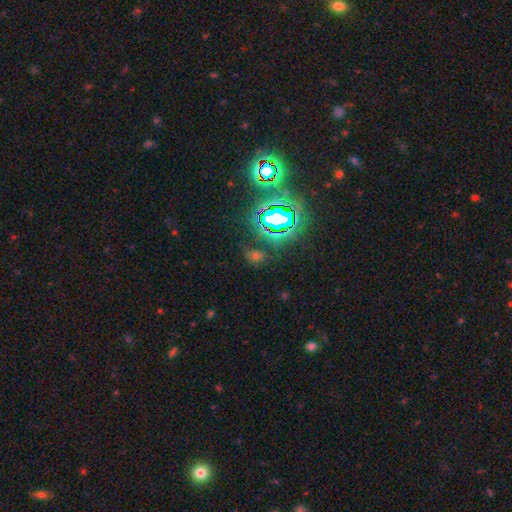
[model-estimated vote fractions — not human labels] A star or artifact, not a galaxy (63%).

Vote fractions:
- Smooth or featured? star or artifact: 63% / smooth: 26% / featured or disk: 11%